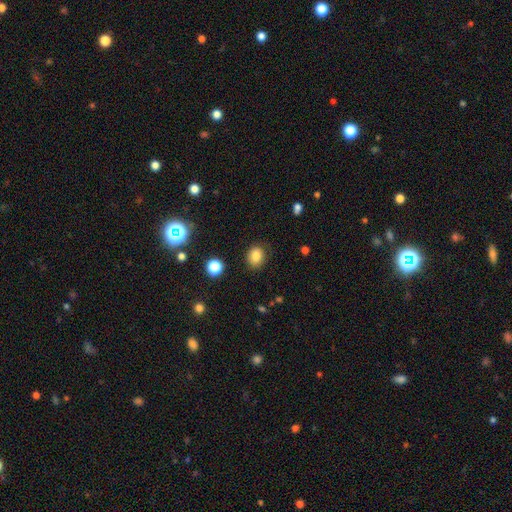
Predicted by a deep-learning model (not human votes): This is clearly a smooth galaxy (83%). How rounded: possibly round (53%). Merging: clearly none (85%).